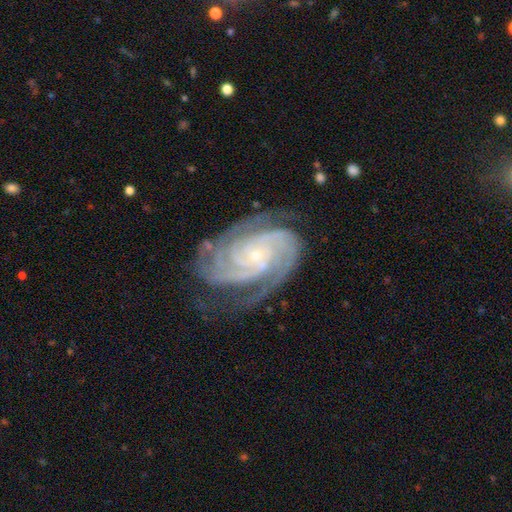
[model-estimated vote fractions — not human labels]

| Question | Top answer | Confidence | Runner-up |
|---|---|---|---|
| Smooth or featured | featured or disk | 93% | star or artifact (5%) |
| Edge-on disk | no | 98% | yes (2%) |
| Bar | no | 71% | weak (20%) |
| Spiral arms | yes | 99% | no (1%) |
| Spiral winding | tight | 73% | medium (24%) |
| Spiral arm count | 3 | 30% | 4 (23%) |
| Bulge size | small | 84% | moderate (13%) |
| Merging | none | 72% | minor disturbance (19%) |